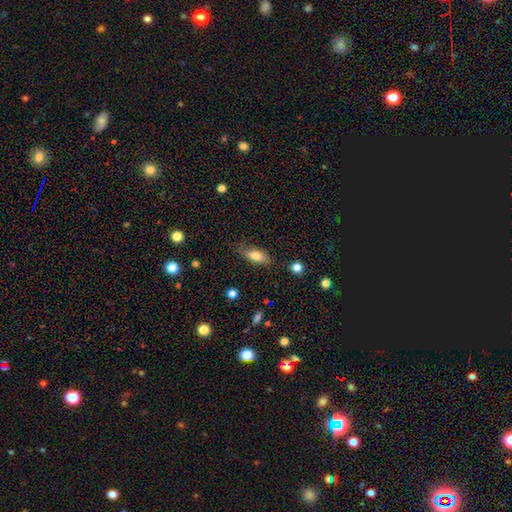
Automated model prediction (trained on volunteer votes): smooth 75%, featured or disk 17%, star or artifact 8%. Down the decision tree: how rounded — in between (76%); merging — none (72%).